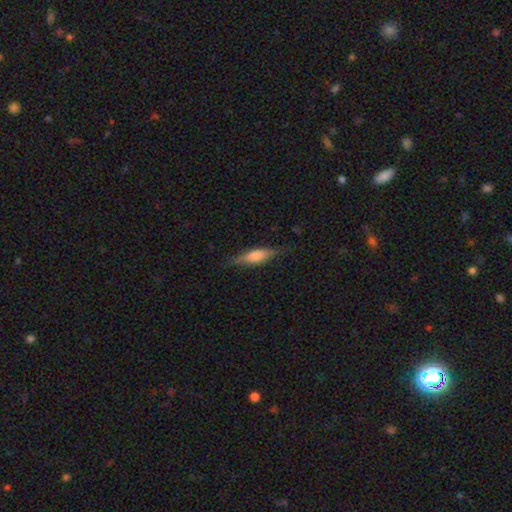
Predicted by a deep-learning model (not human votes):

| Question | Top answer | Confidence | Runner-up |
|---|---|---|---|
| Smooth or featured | smooth | 60% | featured or disk (33%) |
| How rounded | cigar-shaped | 56% | in between (42%) |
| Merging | none | 77% | minor disturbance (18%) |